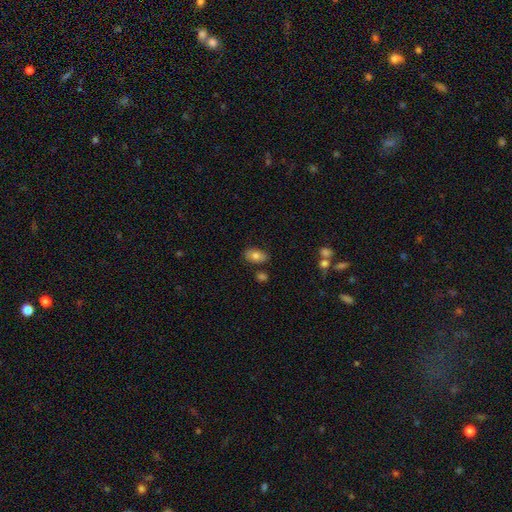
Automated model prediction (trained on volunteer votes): smooth-or-featured: smooth: 76% | featured or disk: 15% | star or artifact: 8%
  how-rounded: in between: 89% | round: 10% | cigar-shaped: 2%
  merging: none: 79% | minor disturbance: 13% | merger: 5% | major disturbance: 3%